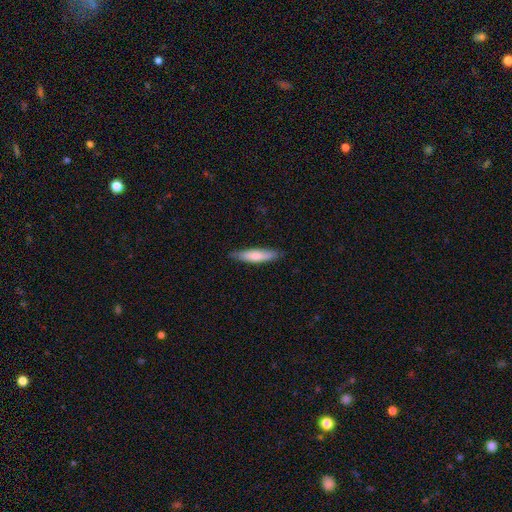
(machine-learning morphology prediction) smooth 73%, featured or disk 21%, star or artifact 5%. Down the decision tree: how rounded — cigar-shaped (79%); merging — none (84%).